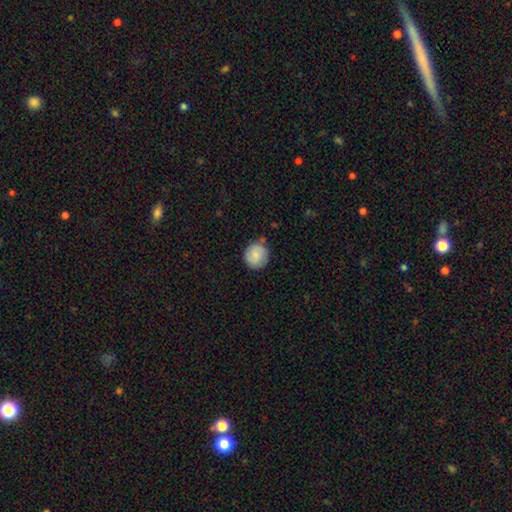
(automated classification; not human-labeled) The model was most divided on "merging": none: 79%, minor disturbance: 15%, major disturbance: 3%, merger: 3%. More confident: how rounded — round (90%); smooth or featured — smooth (79%).